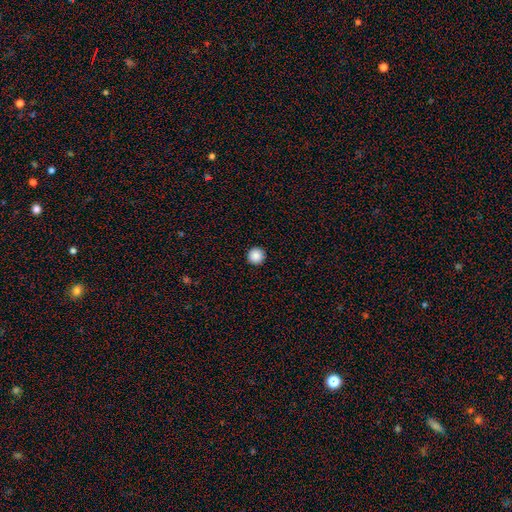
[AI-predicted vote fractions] A smooth galaxy with no disk features (88%) that is round (96%). Merging: none (94%).